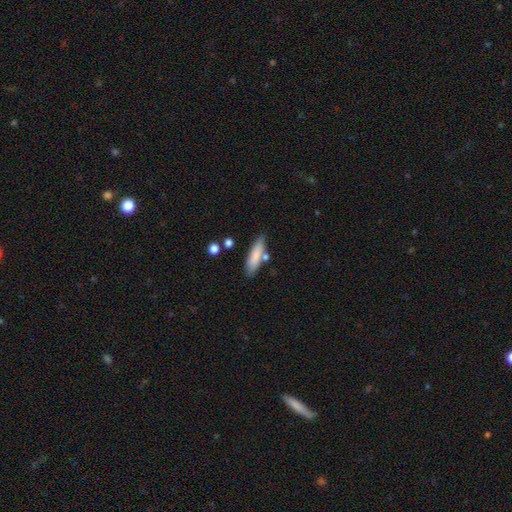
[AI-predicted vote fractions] smooth_or_featured: smooth (p=0.81) [alt: featured or disk p=0.13]
how_rounded: cigar-shaped (p=0.65) [alt: in between p=0.33]
merging: none (p=0.74) [alt: minor disturbance p=0.14]